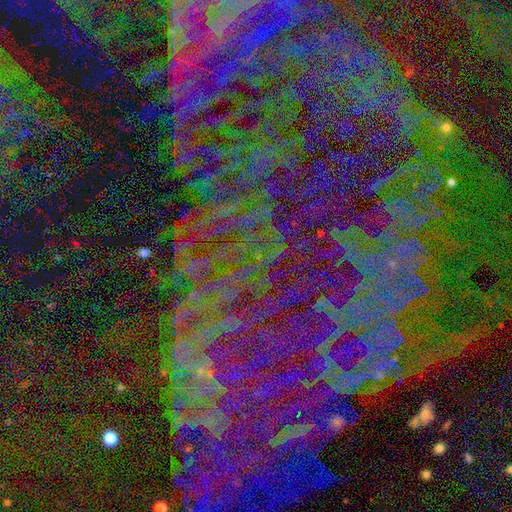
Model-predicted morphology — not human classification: Smooth or featured? Predicted: star or artifact (p=0.87).